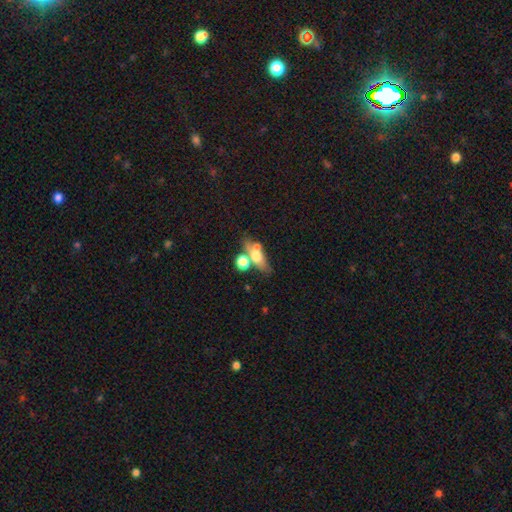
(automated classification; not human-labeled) smooth_or_featured: smooth (p=0.56) [alt: featured or disk p=0.32]
how_rounded: in between (p=0.58) [alt: cigar-shaped p=0.23]
merging: none (p=0.43) [alt: merger p=0.33]